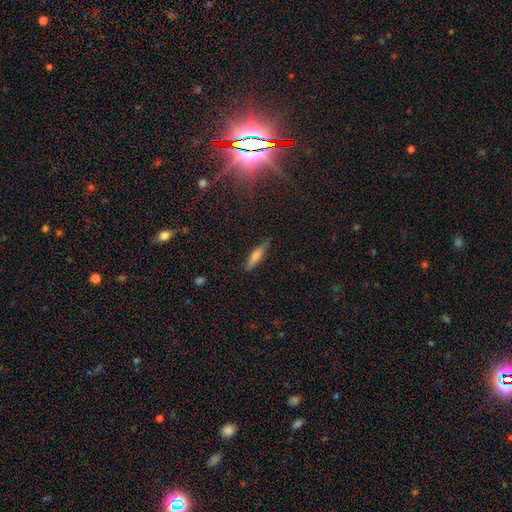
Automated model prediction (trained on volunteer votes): Smooth or featured? smooth (55%)
How rounded? cigar-shaped (77%)
Merging? none (85%)